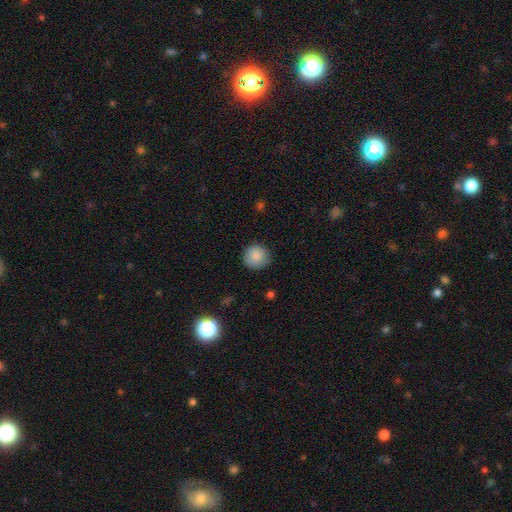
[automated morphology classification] Smooth or featured? smooth (87%)
How rounded? round (93%)
Merging? none (86%)